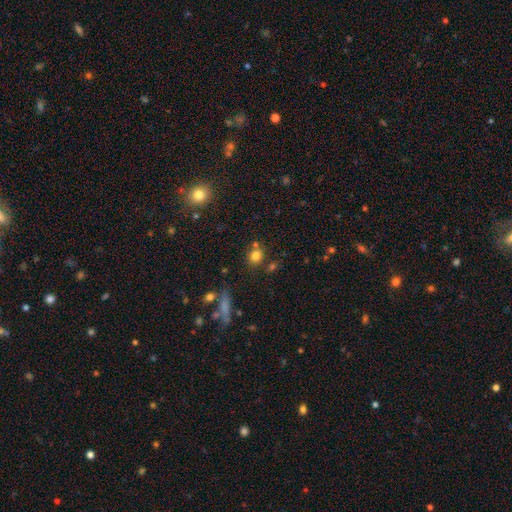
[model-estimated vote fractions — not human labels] smooth_or_featured: smooth (p=0.79) [alt: star or artifact p=0.14]
how_rounded: round (p=0.72) [alt: in between p=0.27]
merging: none (p=0.71) [alt: merger p=0.15]